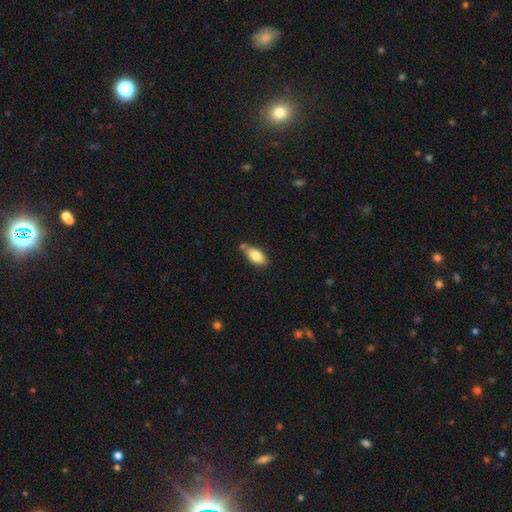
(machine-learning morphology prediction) smooth-or-featured: smooth: 82% | featured or disk: 10% | star or artifact: 7%
  how-rounded: in between: 91% | cigar-shaped: 5% | round: 4%
  merging: none: 63% | minor disturbance: 19% | merger: 14% | major disturbance: 4%